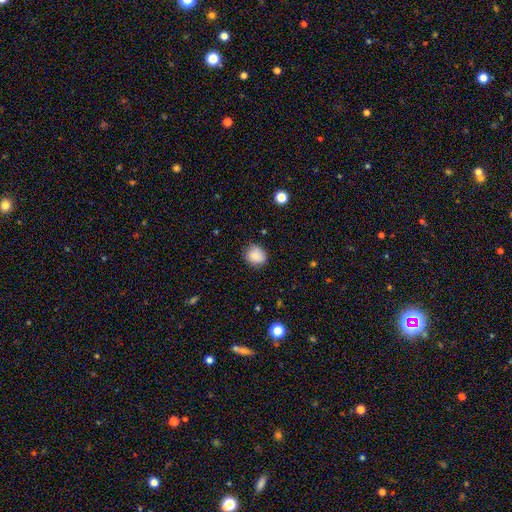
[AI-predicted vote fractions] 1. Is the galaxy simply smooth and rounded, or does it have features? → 85% smooth, 8% star or artifact, 6% featured or disk.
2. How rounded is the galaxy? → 69% round, 30% in between, 1% cigar-shaped.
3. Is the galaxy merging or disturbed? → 78% none, 18% minor disturbance, 3% major disturbance, 1% merger.